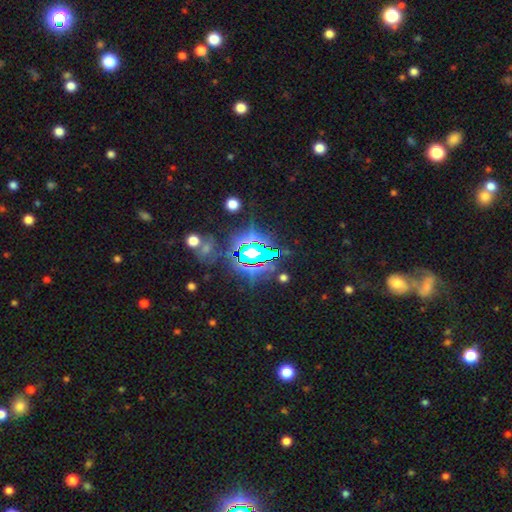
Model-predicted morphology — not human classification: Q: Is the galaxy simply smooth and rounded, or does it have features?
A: star or artifact — 69%.